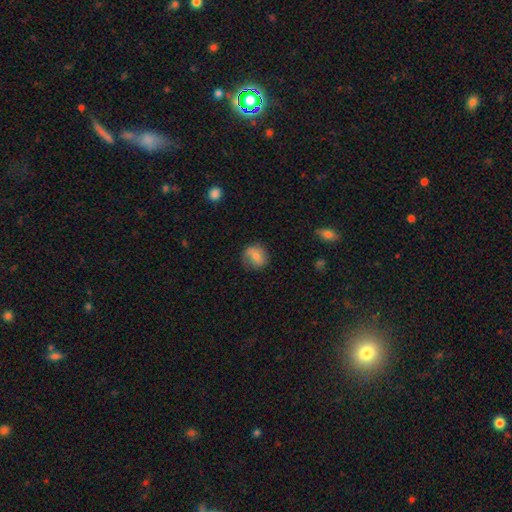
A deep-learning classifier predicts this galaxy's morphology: The model was most divided on "smooth or featured": smooth: 67%, featured or disk: 25%, star or artifact: 8%. More confident: how rounded — round (74%); merging — none (69%).